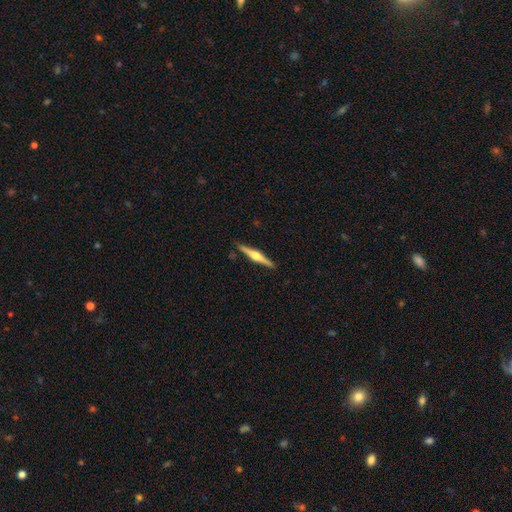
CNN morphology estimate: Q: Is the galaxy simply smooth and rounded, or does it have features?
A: featured or disk — 75%.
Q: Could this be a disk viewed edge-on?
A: yes — 98%.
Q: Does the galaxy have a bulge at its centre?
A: rounded — 93%.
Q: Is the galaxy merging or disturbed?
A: none — 90%.